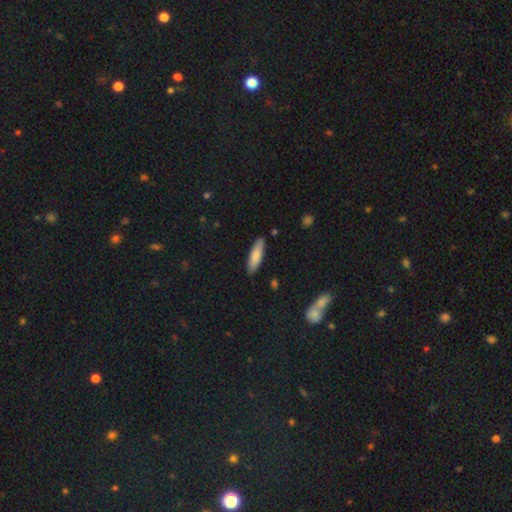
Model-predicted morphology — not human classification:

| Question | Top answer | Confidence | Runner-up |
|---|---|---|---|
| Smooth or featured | smooth | 82% | featured or disk (12%) |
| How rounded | cigar-shaped | 55% | in between (44%) |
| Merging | none | 85% | minor disturbance (11%) |